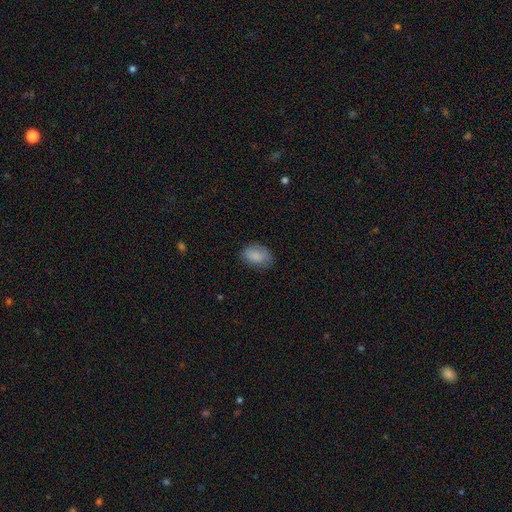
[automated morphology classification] A smooth galaxy with no disk features (84%) that is in between round and cigar-shaped (83%). Merging: none (69%).